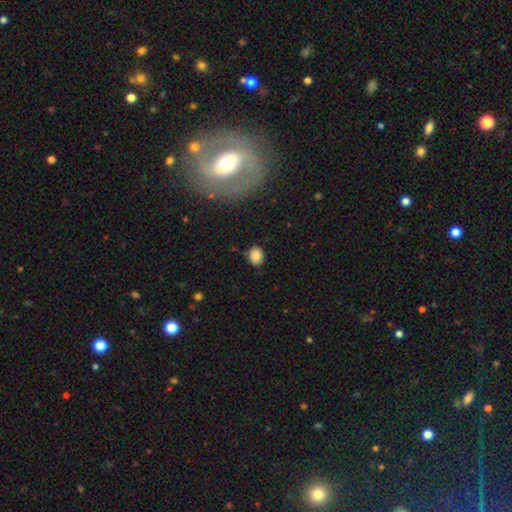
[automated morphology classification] This is clearly a smooth galaxy (87%). How rounded: possibly round (50%). Merging: clearly none (81%).